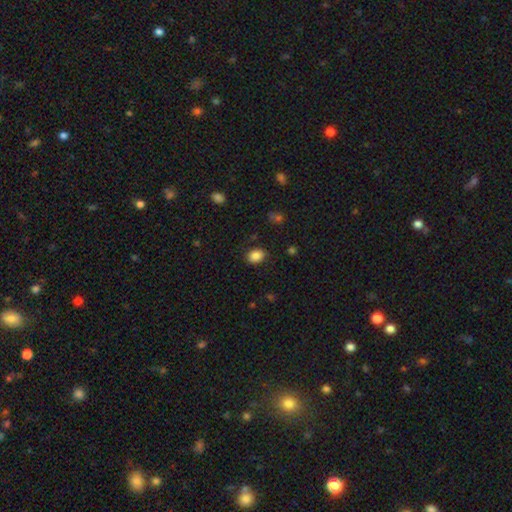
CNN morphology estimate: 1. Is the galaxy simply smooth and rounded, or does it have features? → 87% smooth, 9% star or artifact, 4% featured or disk.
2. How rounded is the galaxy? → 67% in between, 32% round, 1% cigar-shaped.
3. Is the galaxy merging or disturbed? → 84% none, 12% minor disturbance, 3% major disturbance, 1% merger.